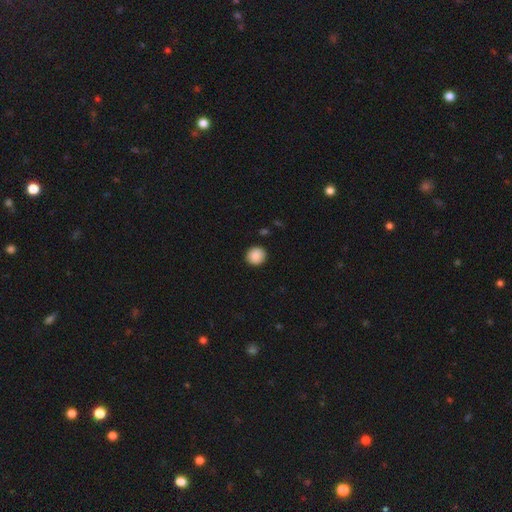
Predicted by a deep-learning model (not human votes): smooth-or-featured: smooth: 89% | star or artifact: 8% | featured or disk: 3%
  how-rounded: round: 89% | in between: 10% | cigar-shaped: 1%
  merging: none: 90% | minor disturbance: 7% | major disturbance: 2% | merger: 1%